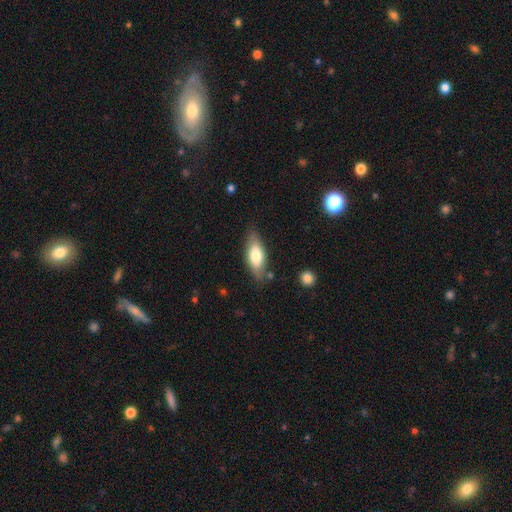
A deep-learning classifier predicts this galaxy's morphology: Q: Smooth or featured?
A: smooth (70%); runner-up: featured or disk (24%)
Q: How rounded?
A: in between (74%); runner-up: cigar-shaped (24%)
Q: Merging?
A: none (78%); runner-up: minor disturbance (15%)